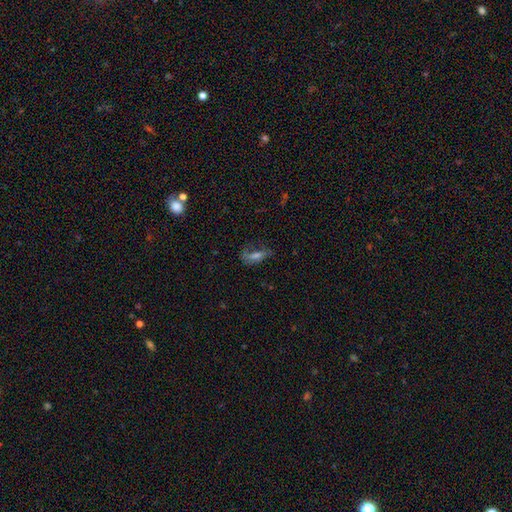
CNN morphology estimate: This appears to be a featured or disk galaxy (45%). Merging: none (49%).